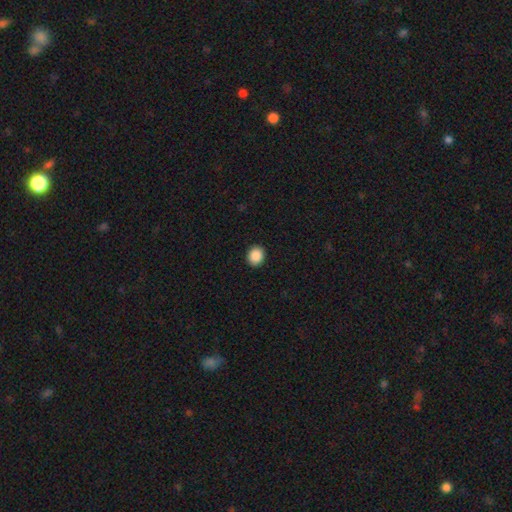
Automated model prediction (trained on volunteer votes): smooth 89%, star or artifact 9%, featured or disk 3%. Down the decision tree: how rounded — round (76%); merging — none (92%).